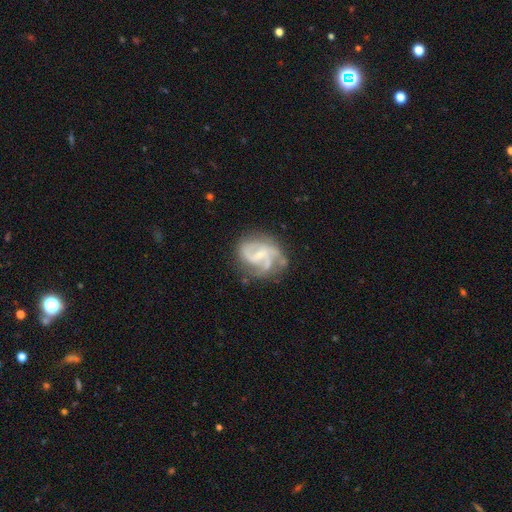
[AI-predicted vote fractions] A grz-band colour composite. It shows a featured or disk galaxy (77%) with a weak bar (49%), 2 (48%) medium (44%) spiral arms (91%) and a small central bulge (52%). Merging: none (66%).